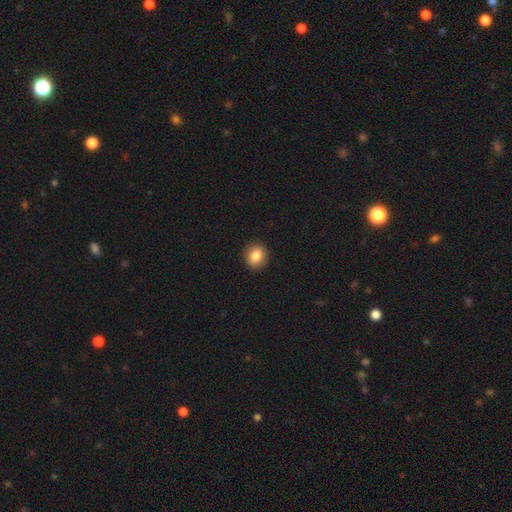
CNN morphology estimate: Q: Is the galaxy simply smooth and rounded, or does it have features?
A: smooth — 84%.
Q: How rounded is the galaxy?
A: round — 66%.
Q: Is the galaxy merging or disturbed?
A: none — 91%.